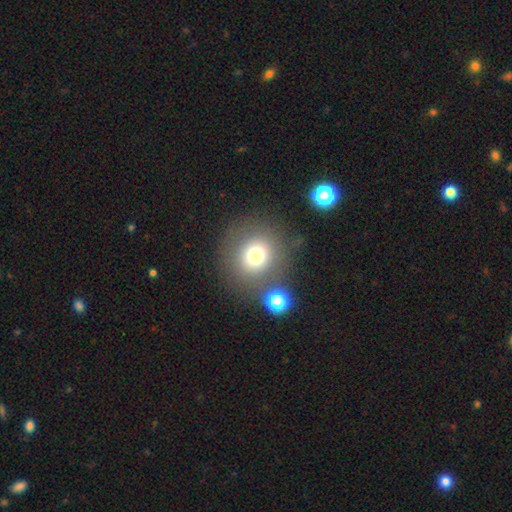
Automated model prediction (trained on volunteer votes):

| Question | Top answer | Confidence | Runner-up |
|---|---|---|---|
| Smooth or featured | smooth | 73% | star or artifact (16%) |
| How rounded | round | 92% | in between (7%) |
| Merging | none | 76% | merger (9%) |